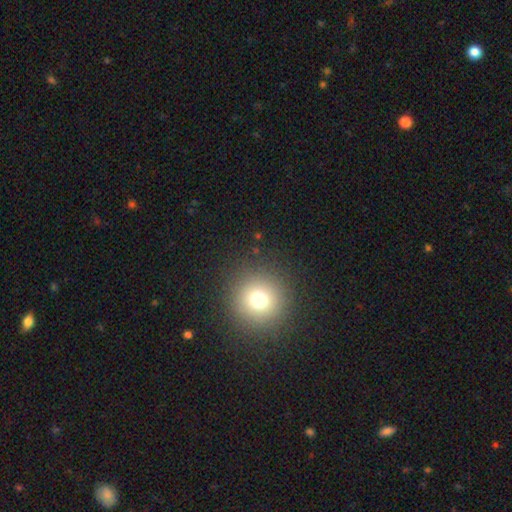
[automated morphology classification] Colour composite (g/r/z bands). It shows a smooth galaxy with no disk features (69%) that is round (95%). Merging: none (93%).